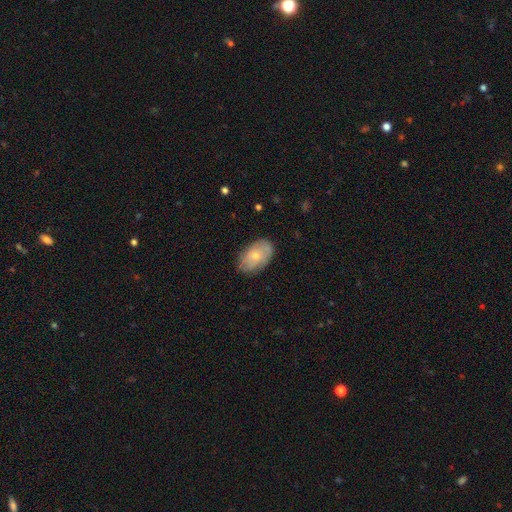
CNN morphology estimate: This is possibly a smooth galaxy (57%). How rounded: clearly in between (90%). Merging: likely none (78%).